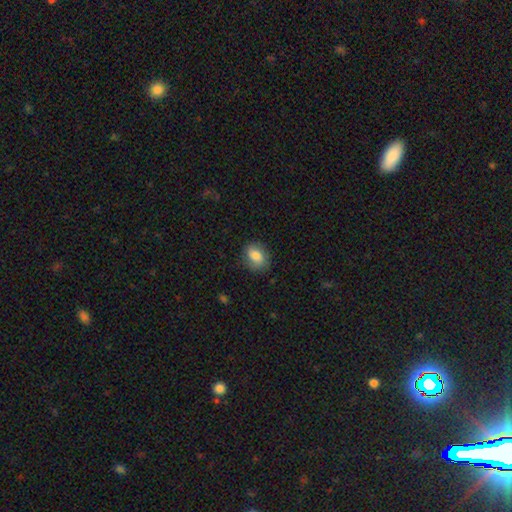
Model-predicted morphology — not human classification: Smooth or featured? smooth (78%)
How rounded? in between (62%)
Merging? none (77%)